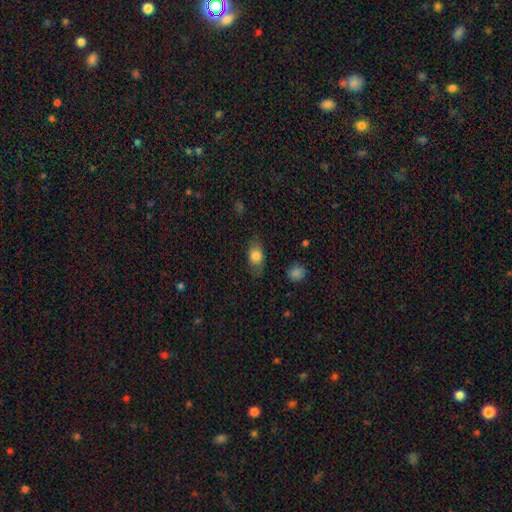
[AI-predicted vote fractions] This is likely a smooth galaxy (79%). How rounded: likely in between (80%). Merging: likely none (74%).